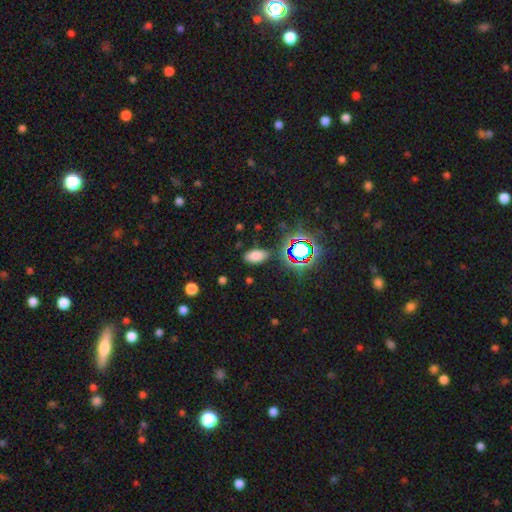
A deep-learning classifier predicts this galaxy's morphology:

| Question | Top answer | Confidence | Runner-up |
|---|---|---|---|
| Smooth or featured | smooth | 73% | star or artifact (20%) |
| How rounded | in between | 92% | round (5%) |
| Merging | none | 82% | minor disturbance (12%) |